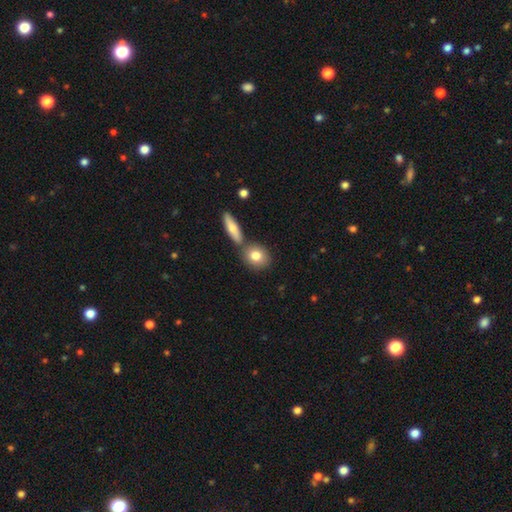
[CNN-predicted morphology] This is likely a smooth galaxy (80%). How rounded: possibly round (59%). Merging: likely none (64%).